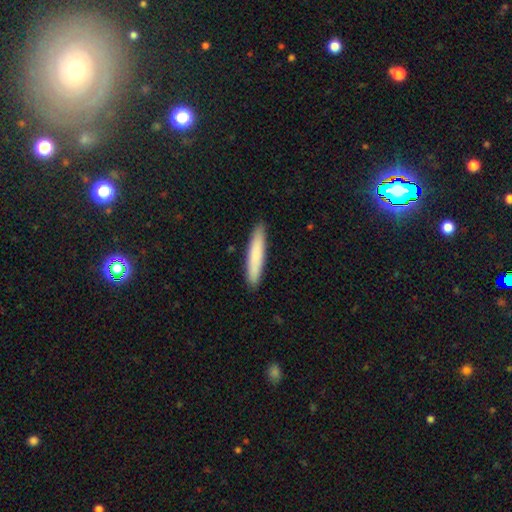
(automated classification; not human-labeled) Smooth or featured: smooth — 81% (featured or disk — 13%)
How rounded: cigar-shaped — 91% (in between — 8%)
Merging: none — 91% (minor disturbance — 7%)